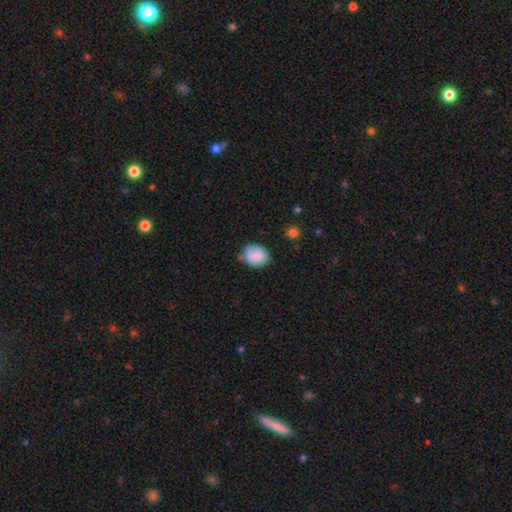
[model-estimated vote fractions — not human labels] smooth 86%, star or artifact 8%, featured or disk 6%. Down the decision tree: how rounded — round (64%); merging — none (73%).